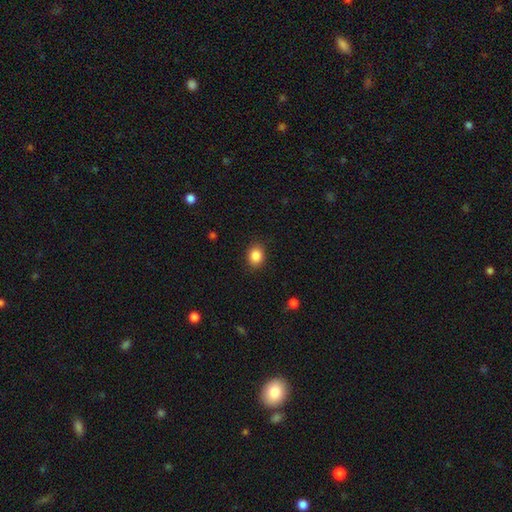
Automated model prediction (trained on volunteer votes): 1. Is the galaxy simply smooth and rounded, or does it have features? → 87% smooth, 9% star or artifact, 4% featured or disk.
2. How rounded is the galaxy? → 50% in between, 49% round, 1% cigar-shaped.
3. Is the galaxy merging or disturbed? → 87% none, 9% minor disturbance, 3% major disturbance, 1% merger.